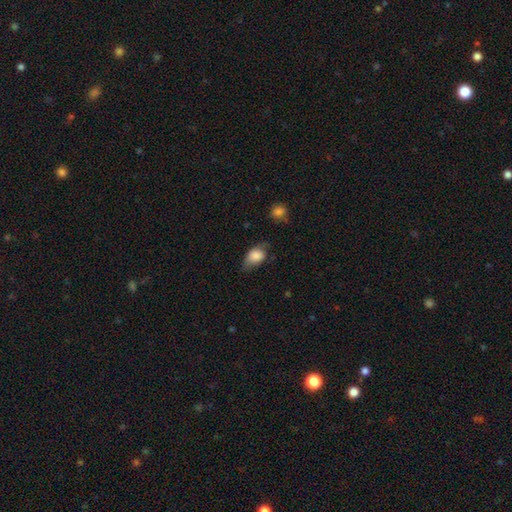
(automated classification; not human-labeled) This appears to be a smooth galaxy with no disk features (82%) that is in between round and cigar-shaped (80%). Merging: none (43%).